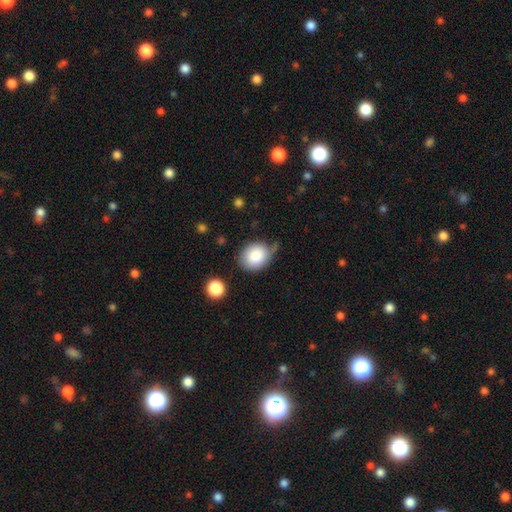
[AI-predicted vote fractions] smooth 85%, featured or disk 8%, star or artifact 8%. Down the decision tree: how rounded — round (56%); merging — none (57%).